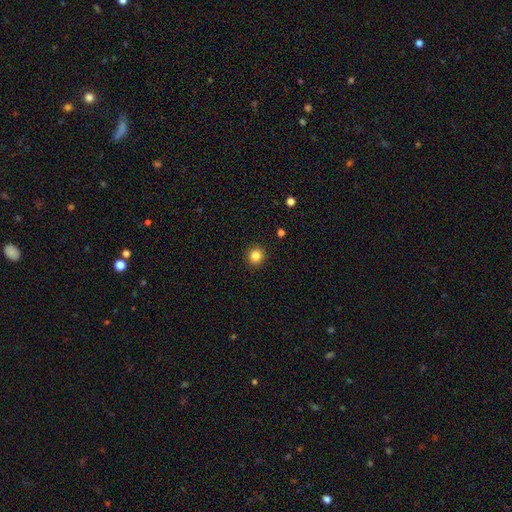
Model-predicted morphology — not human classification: Smooth or featured? Predicted: smooth (p=0.84). How rounded? Predicted: round (p=0.93). Merging? Predicted: none (p=0.93).